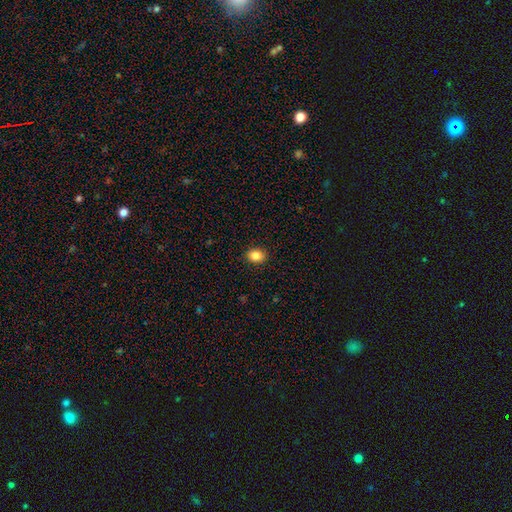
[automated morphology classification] The model was most divided on "how rounded": in between: 57%, round: 42%, cigar-shaped: 1%. More confident: merging — none (91%); smooth or featured — smooth (86%).